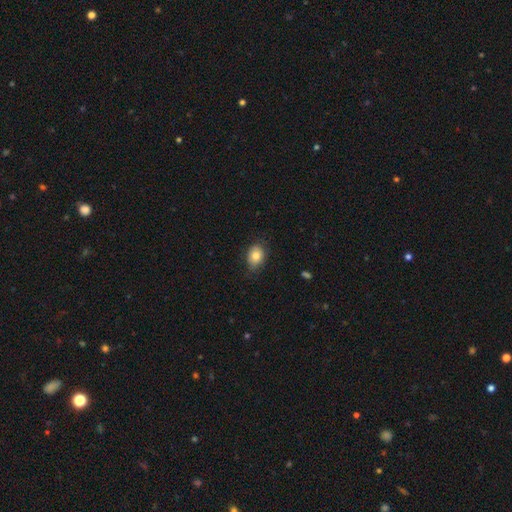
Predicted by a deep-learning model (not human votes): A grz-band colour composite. It shows a smooth galaxy with no disk features (81%) that is in between round and cigar-shaped (65%). Merging: none (76%).